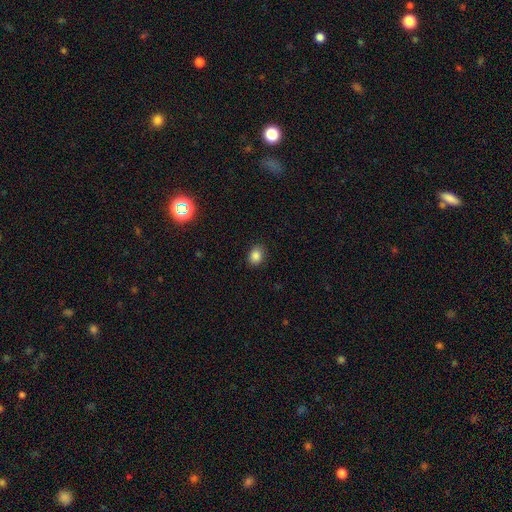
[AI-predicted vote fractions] The model was most divided on "how rounded": in between: 59%, round: 40%, cigar-shaped: 1%. More confident: merging — none (86%); smooth or featured — smooth (85%).